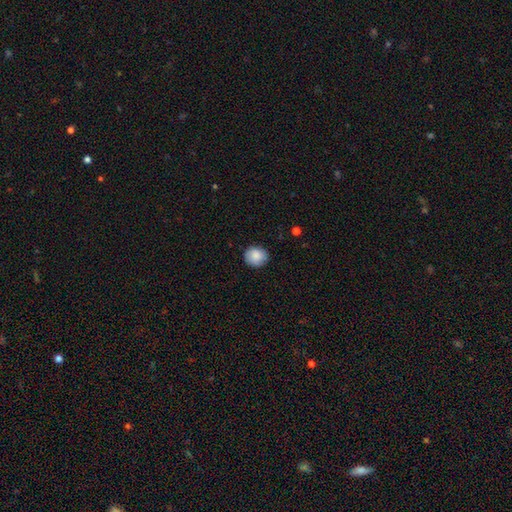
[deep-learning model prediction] This appears to be a smooth galaxy with no disk features (86%) that is round (82%). Merging: none (85%).